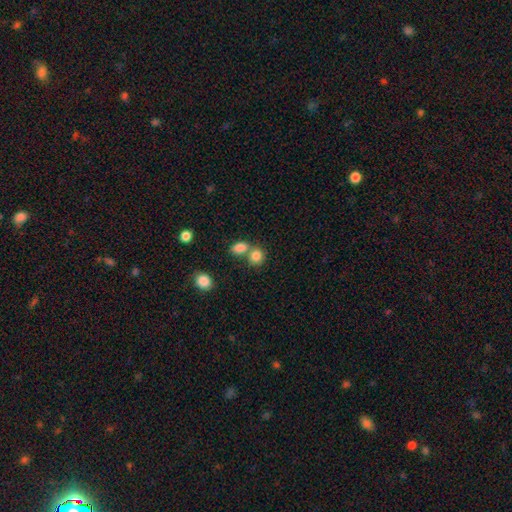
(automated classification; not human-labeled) Overall: smooth (83%). How rounded: round (68%; in between 31%). Merging: none (46%; merger 43%).